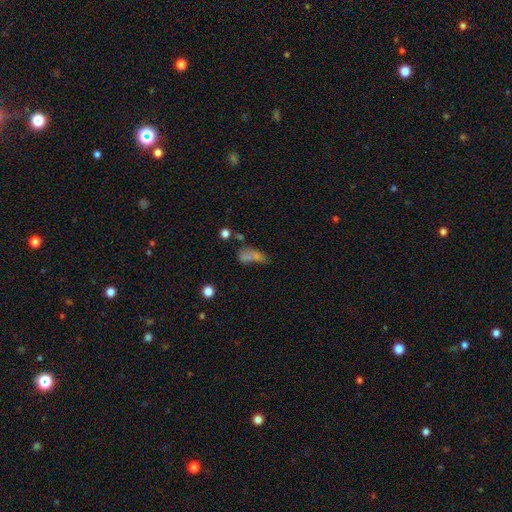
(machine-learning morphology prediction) Smooth or featured: smooth — 53% (featured or disk — 24%)
How rounded: in between — 62% (cigar-shaped — 25%)
Merging: merger — 34% (none — 31%)